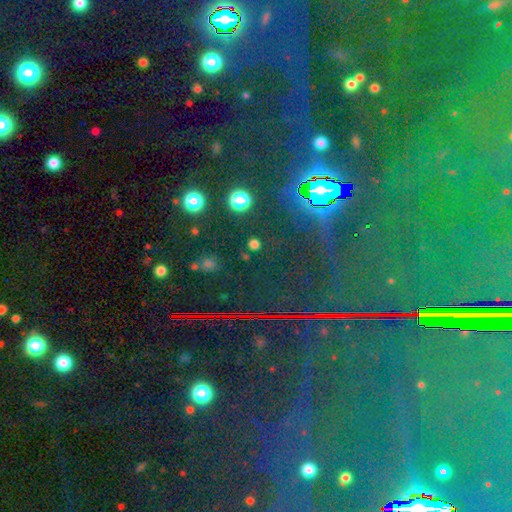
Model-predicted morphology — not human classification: smooth_or_featured: star or artifact (p=0.81) [alt: smooth p=0.10]